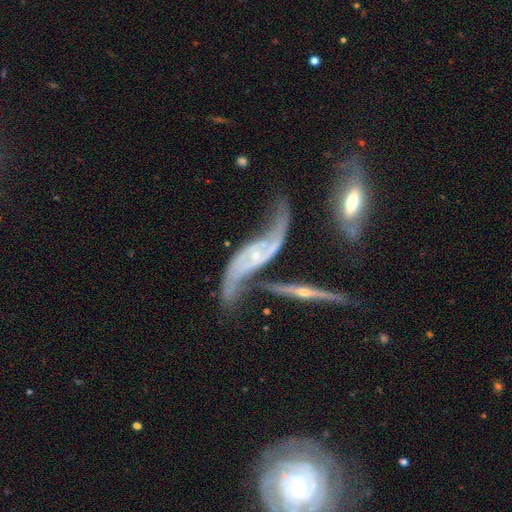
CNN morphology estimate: A featured or disk galaxy (87%) with no bar (53%), 2 (90%) loose (77%) spiral arms (91%) and a small central bulge (76%).

Vote fractions:
- Smooth or featured? featured or disk: 87% / smooth: 7% / star or artifact: 6%
- Edge-on disk? no: 81% / yes: 19%
- Bar? no: 53% / weak: 32% / strong: 15%
- Spiral arms? yes: 91% / no: 9%
- Spiral winding? loose: 77% / medium: 17% / tight: 7%
- Spiral arm count? 2: 90% / can't tell: 4% / 1: 3% / 3: 1% / 4: 1% / more than 4: 1%
- Bulge size? small: 76% / moderate: 14% / none: 8% / large: 1% / dominant: 1%
- Merging? none: 33% / merger: 30% / major disturbance: 19% / minor disturbance: 18%